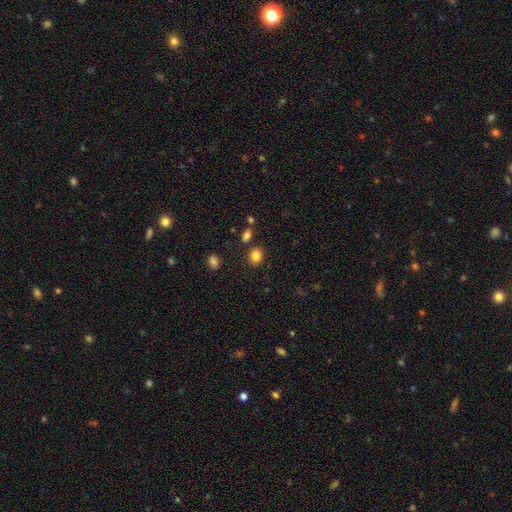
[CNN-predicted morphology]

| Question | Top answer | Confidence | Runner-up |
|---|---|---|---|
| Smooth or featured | smooth | 84% | star or artifact (11%) |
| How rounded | round | 60% | in between (39%) |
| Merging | none | 81% | minor disturbance (9%) |